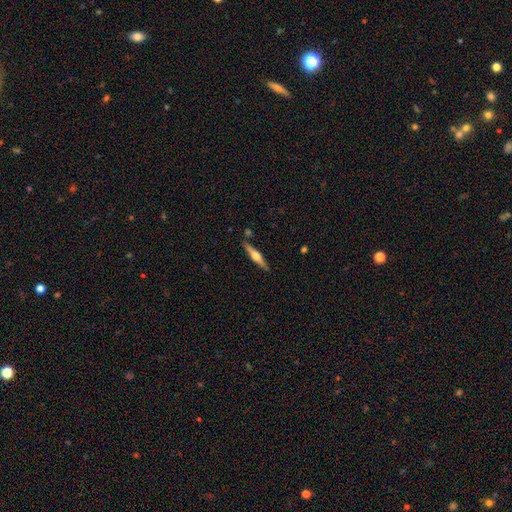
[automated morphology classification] Smooth or featured?
  - featured or disk: 68% *
  - smooth: 26%
  - star or artifact: 5%
Edge-on disk?
  - yes: 97% *
  - no: 3%
Edge-on bulge?
  - rounded: 93% *
  - boxy: 4%
  - none: 3%
Merging?
  - none: 87% *
  - minor disturbance: 8%
  - merger: 3%
  - major disturbance: 2%